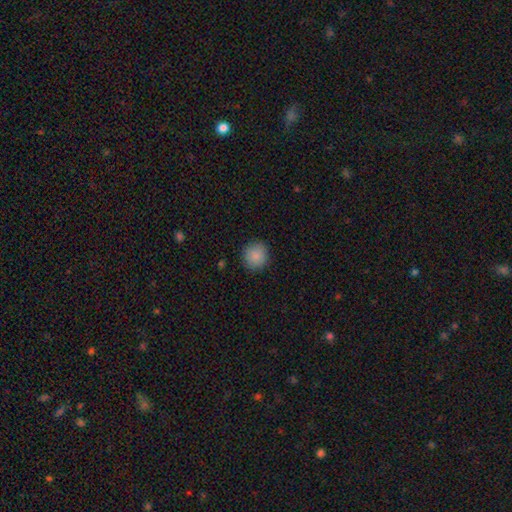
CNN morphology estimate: smooth 88%, star or artifact 8%, featured or disk 4%. Down the decision tree: how rounded — round (90%); merging — none (89%).